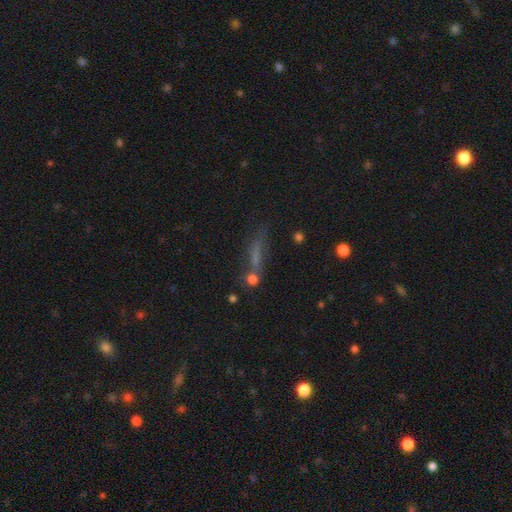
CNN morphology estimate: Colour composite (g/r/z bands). It shows a smooth galaxy with no disk features (48%). Merging: none (53%).